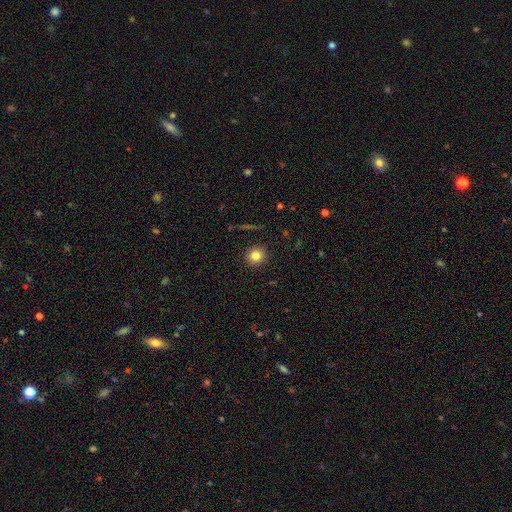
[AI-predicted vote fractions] Smooth or featured?
  - smooth: 82% *
  - star or artifact: 11%
  - featured or disk: 7%
How rounded?
  - round: 90% *
  - in between: 9%
  - cigar-shaped: 1%
Merging?
  - none: 91% *
  - minor disturbance: 6%
  - major disturbance: 2%
  - merger: 1%